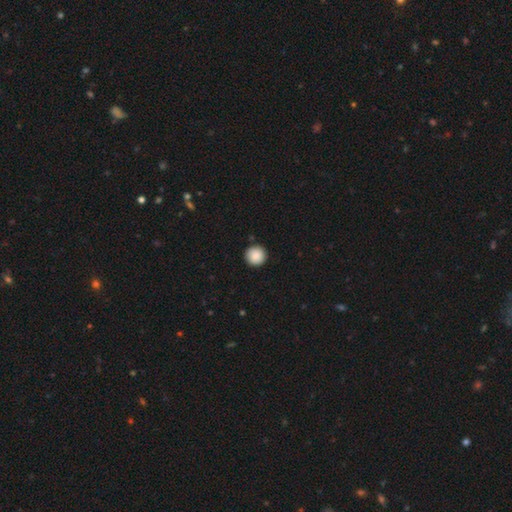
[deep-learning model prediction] smooth-or-featured: smooth: 88% | star or artifact: 8% | featured or disk: 4%
  how-rounded: round: 96% | in between: 3% | cigar-shaped: 1%
  merging: none: 92% | minor disturbance: 5% | major disturbance: 1% | merger: 1%